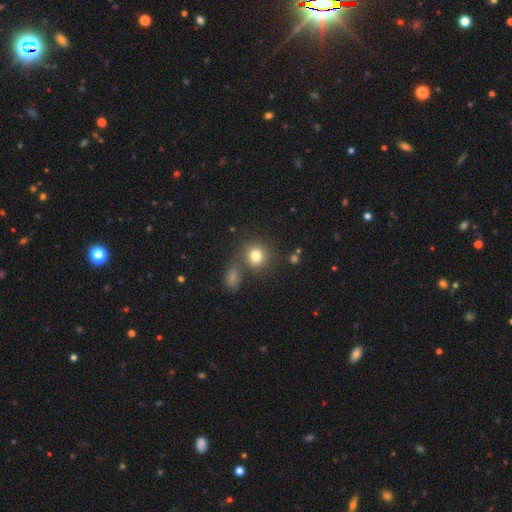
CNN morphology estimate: smooth-or-featured: smooth: 79% | star or artifact: 13% | featured or disk: 9%
  how-rounded: round: 86% | in between: 13% | cigar-shaped: 1%
  merging: none: 69% | merger: 16% | minor disturbance: 10% | major disturbance: 4%